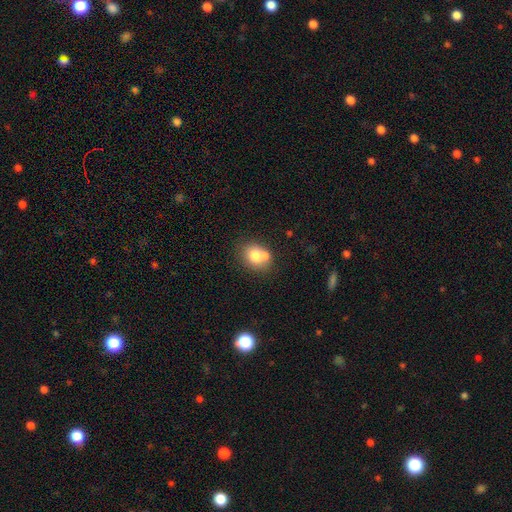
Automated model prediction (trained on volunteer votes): This is likely a smooth galaxy (74%). How rounded: possibly round (60%). Merging: possibly none (50%).